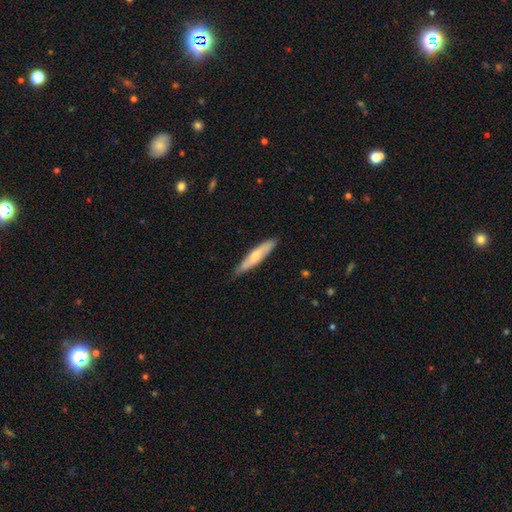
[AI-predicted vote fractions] smooth_or_featured: smooth (p=0.61) [alt: featured or disk p=0.33]
how_rounded: cigar-shaped (p=0.84) [alt: in between p=0.15]
merging: none (p=0.74) [alt: minor disturbance p=0.21]